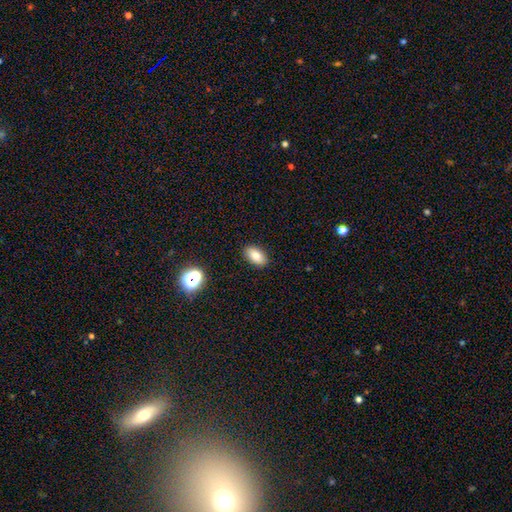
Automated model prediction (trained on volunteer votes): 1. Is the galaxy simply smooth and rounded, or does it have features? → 80% smooth, 10% star or artifact, 10% featured or disk.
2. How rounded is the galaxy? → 92% in between, 5% round, 3% cigar-shaped.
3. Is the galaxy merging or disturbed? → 89% none, 8% minor disturbance, 2% major disturbance, 1% merger.